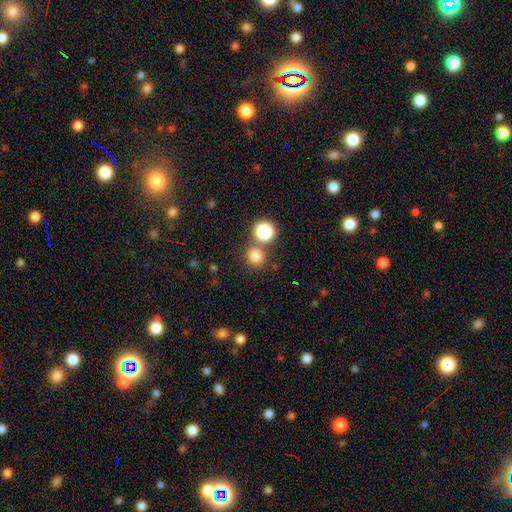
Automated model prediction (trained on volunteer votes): Smooth or featured?
  - smooth: 78% *
  - star or artifact: 17%
  - featured or disk: 6%
How rounded?
  - round: 90% *
  - in between: 9%
  - cigar-shaped: 1%
Merging?
  - none: 74% *
  - merger: 16%
  - minor disturbance: 7%
  - major disturbance: 3%